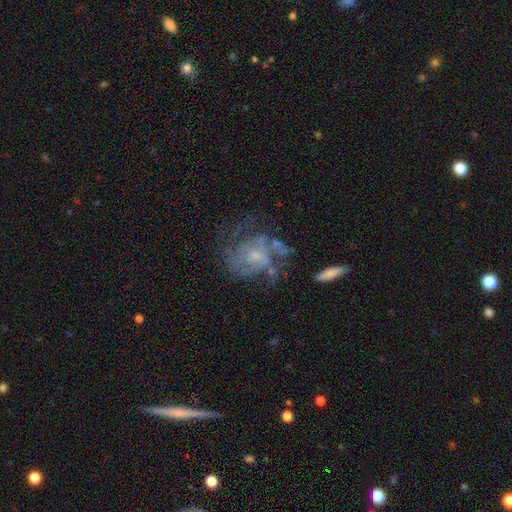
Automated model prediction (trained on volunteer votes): Morphology: type=featured or disk (74%); edge-on=no (97%); bar=no (67%); spiral arms=yes (80%); winding=medium (42%); arm count=can't tell (42%); bulge=small (48%); merging=none (50%).